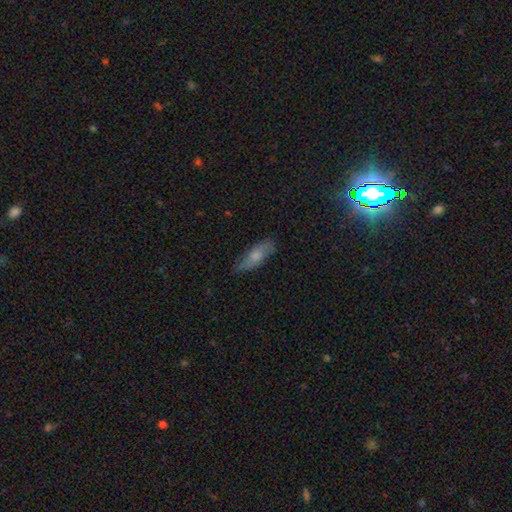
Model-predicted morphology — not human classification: type=smooth (69%); roundness=in between (57%); merging=none (75%).